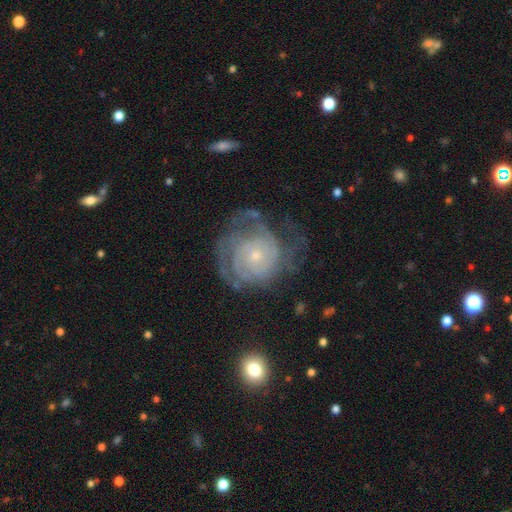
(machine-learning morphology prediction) Smooth or featured? featured or disk (84%)
Edge-on disk? no (98%)
Bar? no (78%)
Spiral arms? yes (95%)
Spiral winding? tight (74%)
Spiral arm count? can't tell (36%)
Bulge size? small (69%)
Merging? none (59%)